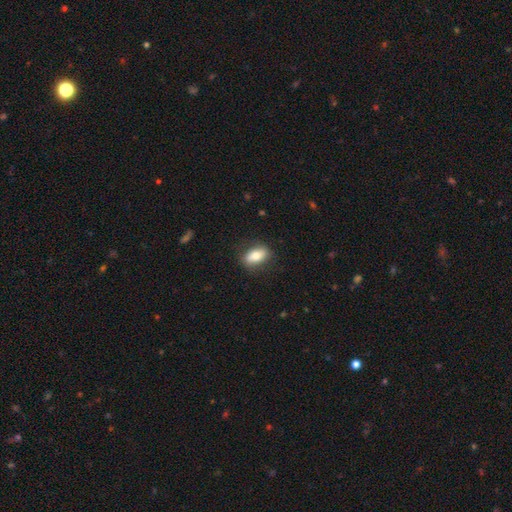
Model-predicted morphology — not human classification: Overall: smooth (76%). How rounded: in between (85%). Merging: none (83%).